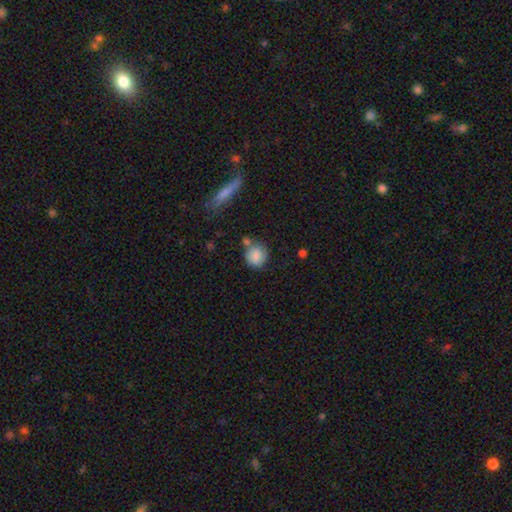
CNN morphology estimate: Overall: smooth (80%). How rounded: round (86%). Merging: none (58%; merger 18%).